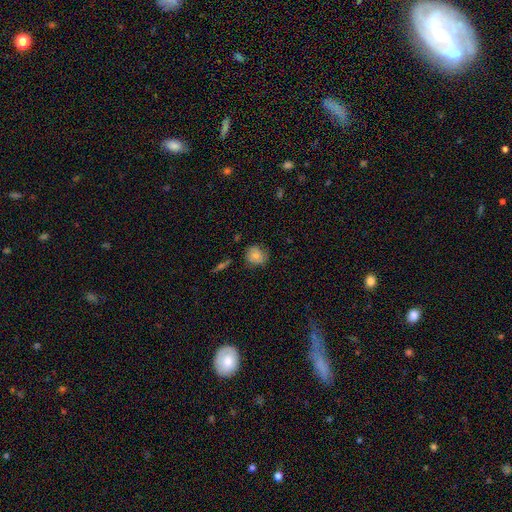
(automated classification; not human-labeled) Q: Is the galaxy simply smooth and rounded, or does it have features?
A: smooth — 68%.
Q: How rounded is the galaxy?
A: round — 81%.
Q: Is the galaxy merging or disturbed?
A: none — 70%.